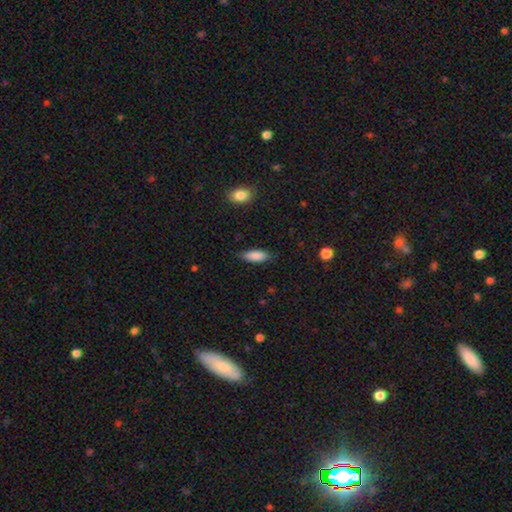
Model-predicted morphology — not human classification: Smooth or featured: smooth — 86% (featured or disk — 7%)
How rounded: in between — 73% (cigar-shaped — 25%)
Merging: none — 83% (minor disturbance — 14%)